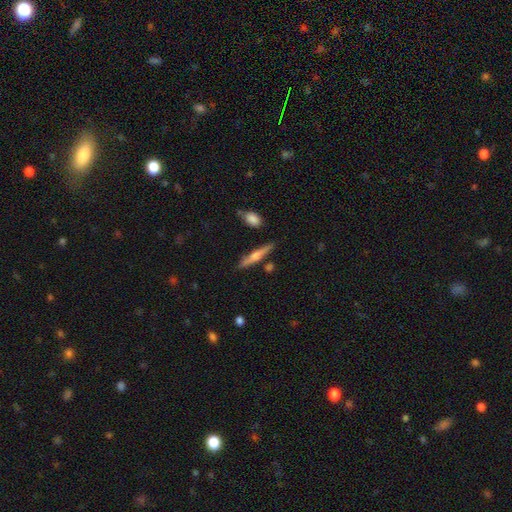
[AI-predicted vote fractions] The model was most divided on "smooth or featured": featured or disk: 55%, smooth: 38%, star or artifact: 7%. More confident: edge-on disk — yes (96%); merging — none (84%); edge-on bulge — rounded (80%).